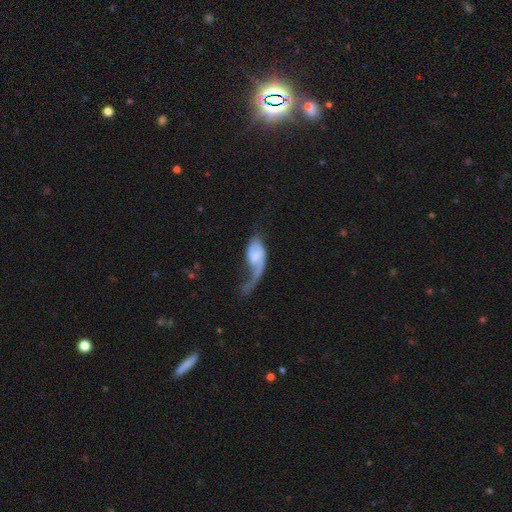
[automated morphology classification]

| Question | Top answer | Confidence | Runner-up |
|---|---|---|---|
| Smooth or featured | featured or disk | 61% | smooth (32%) |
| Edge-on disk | no | 95% | yes (5%) |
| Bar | no | 60% | weak (30%) |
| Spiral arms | yes | 78% | no (22%) |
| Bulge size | none | 52% | small (24%) |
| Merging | major disturbance | 59% | none (18%) |